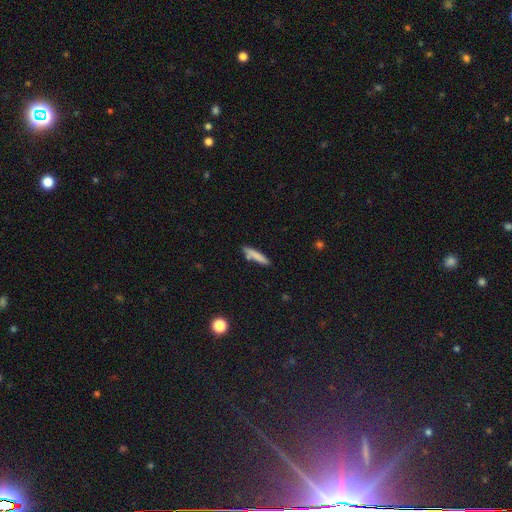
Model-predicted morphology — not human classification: A smooth galaxy with no disk features (78%) that is cigar-shaped (86%). Merging: none (72%).